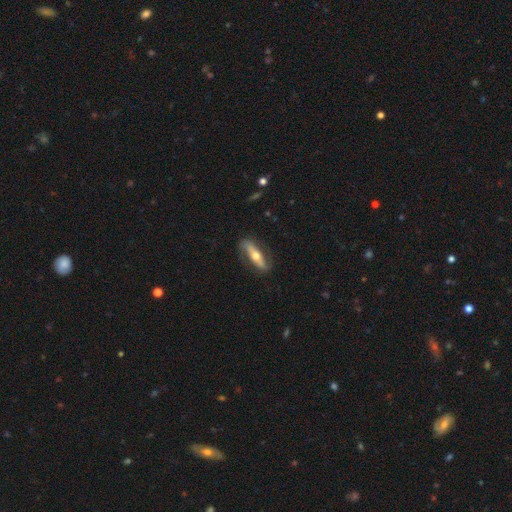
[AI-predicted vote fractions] Smooth or featured? Predicted: featured or disk (p=0.60). Edge-on disk? Predicted: yes (p=0.52). Merging? Predicted: none (p=0.79).